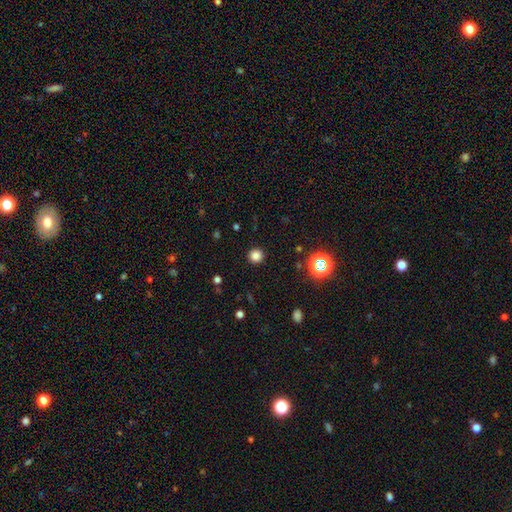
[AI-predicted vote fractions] smooth-or-featured: smooth: 80% | star or artifact: 15% | featured or disk: 4%
  how-rounded: round: 95% | in between: 4% | cigar-shaped: 1%
  merging: none: 92% | minor disturbance: 5% | major disturbance: 2% | merger: 1%